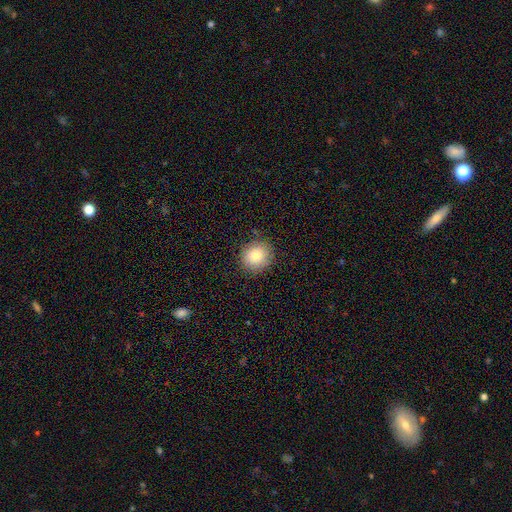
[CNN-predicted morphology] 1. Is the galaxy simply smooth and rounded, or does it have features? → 81% smooth, 10% star or artifact, 9% featured or disk.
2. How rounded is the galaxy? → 84% round, 16% in between, 1% cigar-shaped.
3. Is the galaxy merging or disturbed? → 85% none, 11% minor disturbance, 3% major disturbance, 1% merger.